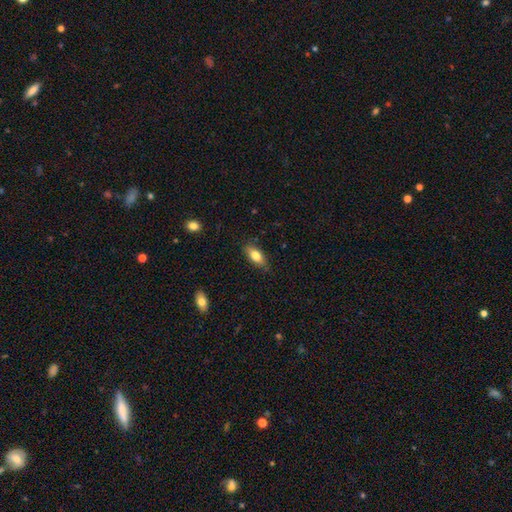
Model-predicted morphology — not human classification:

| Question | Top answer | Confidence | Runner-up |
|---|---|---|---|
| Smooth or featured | smooth | 77% | featured or disk (15%) |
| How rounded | in between | 81% | cigar-shaped (15%) |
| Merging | none | 80% | minor disturbance (15%) |